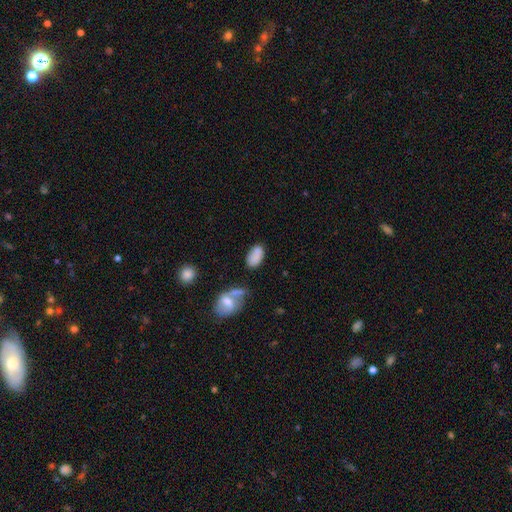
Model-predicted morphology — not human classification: This is likely a smooth galaxy (80%). How rounded: clearly in between (93%). Merging: possibly none (58%).